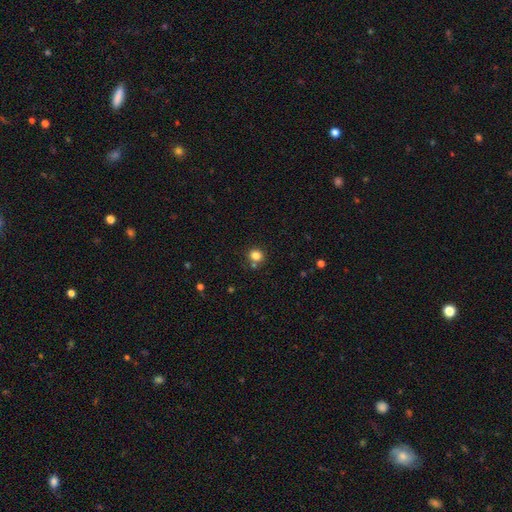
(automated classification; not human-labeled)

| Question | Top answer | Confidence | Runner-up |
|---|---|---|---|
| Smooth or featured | smooth | 82% | star or artifact (13%) |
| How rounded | round | 80% | in between (19%) |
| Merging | none | 74% | merger (13%) |